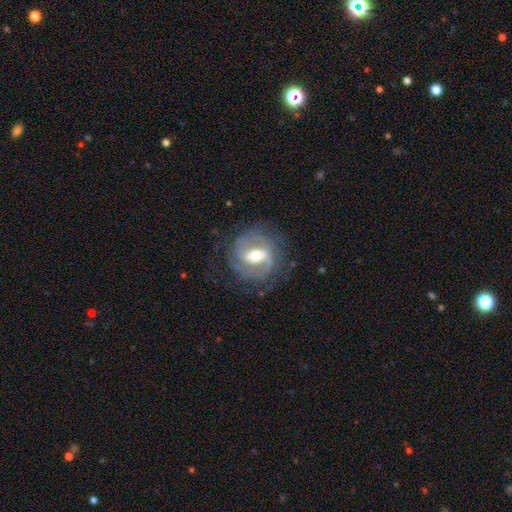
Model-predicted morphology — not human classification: smooth_or_featured: featured or disk (p=0.84) [alt: smooth p=0.11]
disk_edge_on: no (p=0.97) [alt: yes p=0.03]
bar: weak (p=0.44) [alt: strong p=0.40]
has_spiral_arms: yes (p=0.91) [alt: no p=0.09]
spiral_winding: medium (p=0.46) [alt: tight p=0.38]
spiral_arm_count: 2 (p=0.80) [alt: can't tell p=0.09]
bulge_size: moderate (p=0.66) [alt: small p=0.21]
merging: none (p=0.75) [alt: minor disturbance p=0.15]